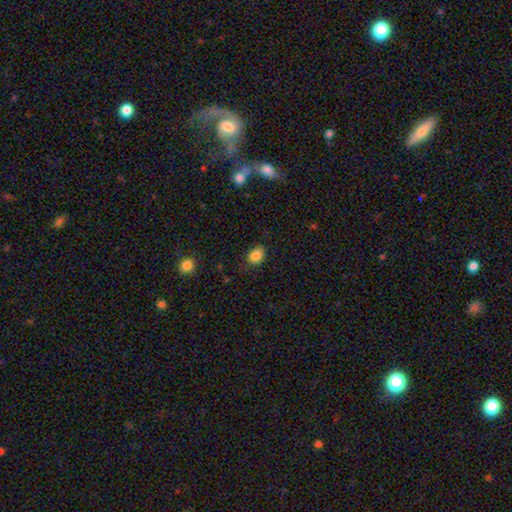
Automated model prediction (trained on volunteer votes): smooth 85%, star or artifact 10%, featured or disk 5%. Down the decision tree: how rounded — in between (69%); merging — none (77%).